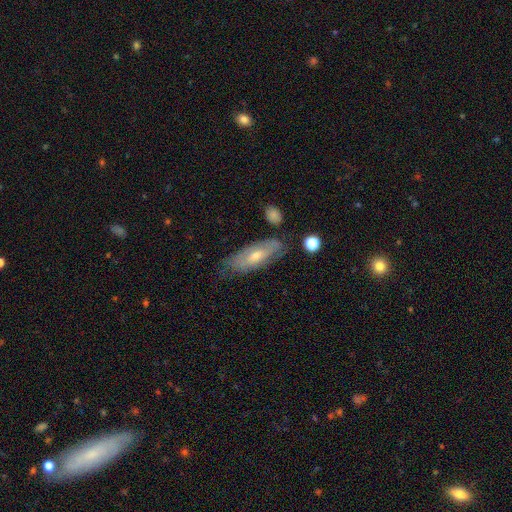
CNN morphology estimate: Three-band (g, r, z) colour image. It shows a featured or disk galaxy (50%). Merging: none (69%).